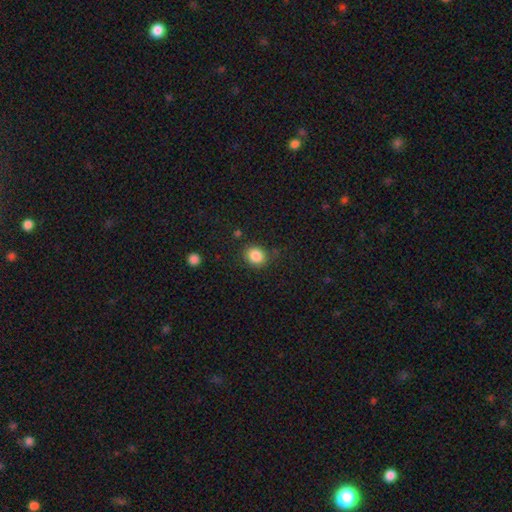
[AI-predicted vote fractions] Smooth or featured? smooth (86%)
How rounded? round (67%)
Merging? none (82%)